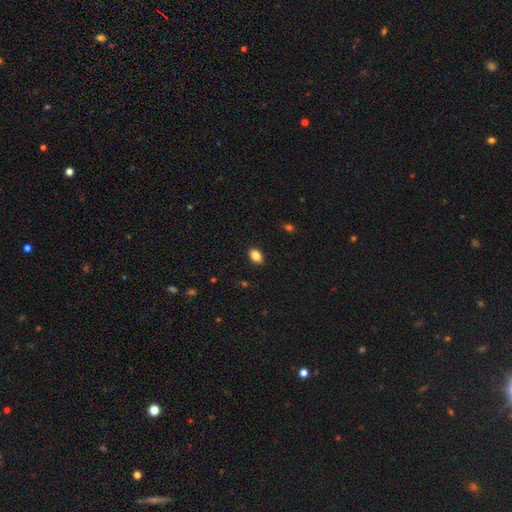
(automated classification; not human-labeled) A smooth galaxy with no disk features (86%) that is in between round and cigar-shaped (85%).

Vote fractions:
- Smooth or featured? smooth: 86% / star or artifact: 9% / featured or disk: 6%
- How rounded? in between: 85% / round: 13% / cigar-shaped: 2%
- Merging? none: 88% / minor disturbance: 9% / major disturbance: 2% / merger: 1%